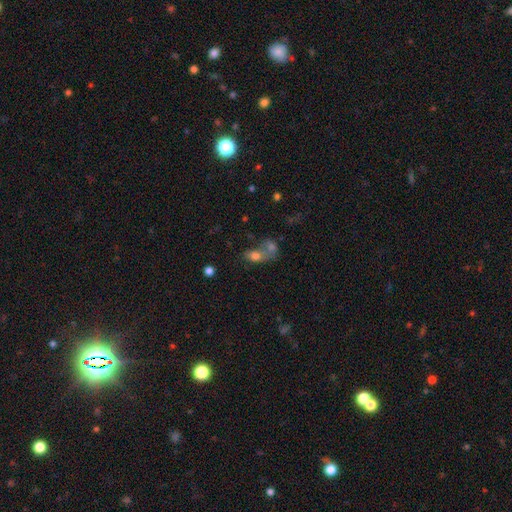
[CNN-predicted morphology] type=smooth (72%); roundness=in between (76%); merging=merger (61%).